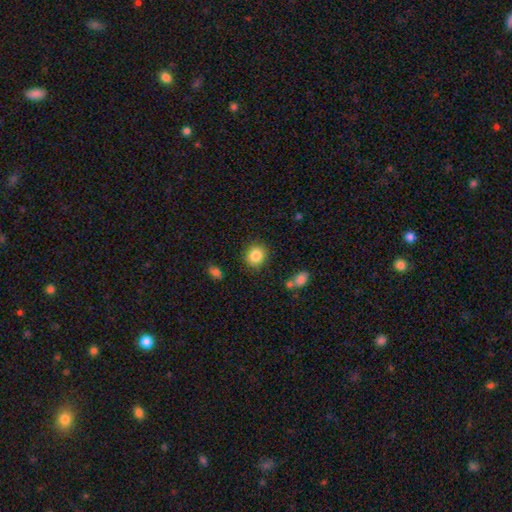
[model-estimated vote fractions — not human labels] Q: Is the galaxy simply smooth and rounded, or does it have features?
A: smooth — 85%.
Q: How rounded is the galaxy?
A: round — 83%.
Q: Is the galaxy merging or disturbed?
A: none — 86%.